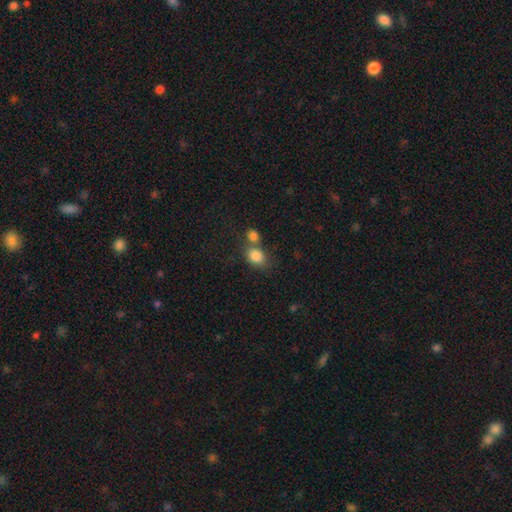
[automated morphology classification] The model was most divided on "merging": none: 44%, merger: 41%, minor disturbance: 11%, major disturbance: 4%. More confident: smooth or featured — smooth (83%); how rounded — in between (57%).